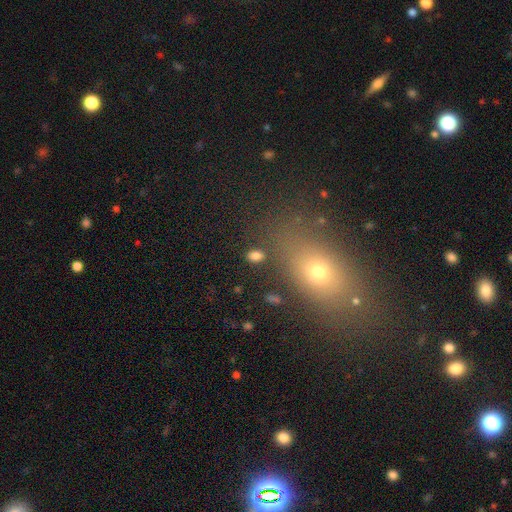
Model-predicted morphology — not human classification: smooth_or_featured: smooth (p=0.81) [alt: star or artifact p=0.12]
how_rounded: in between (p=0.82) [alt: round p=0.15]
merging: none (p=0.81) [alt: minor disturbance p=0.10]